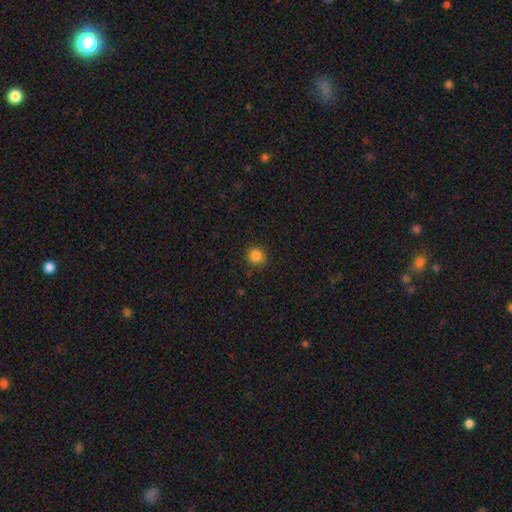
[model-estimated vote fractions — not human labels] smooth-or-featured: smooth: 85% | star or artifact: 11% | featured or disk: 4%
  how-rounded: round: 89% | in between: 10% | cigar-shaped: 1%
  merging: none: 88% | minor disturbance: 9% | major disturbance: 2% | merger: 1%